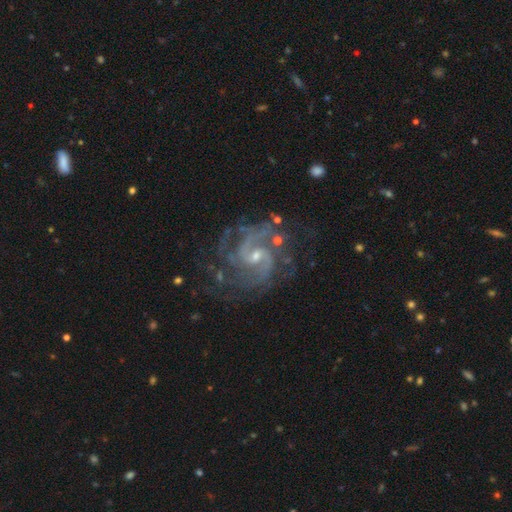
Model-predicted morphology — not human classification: type=featured or disk (91%); edge-on=no (98%); bar=weak (50%); spiral arms=yes (98%); winding=medium (52%); arm count=2 (49%); bulge=small (62%); merging=none (66%).